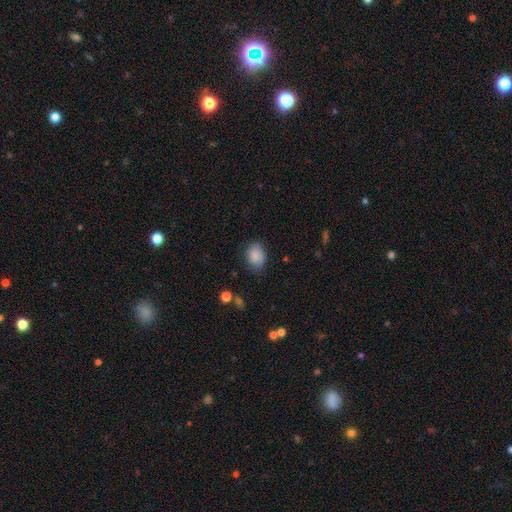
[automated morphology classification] Smooth or featured?
  - smooth: 87% *
  - star or artifact: 8%
  - featured or disk: 6%
How rounded?
  - in between: 62% *
  - round: 37%
  - cigar-shaped: 1%
Merging?
  - none: 73% *
  - minor disturbance: 21%
  - major disturbance: 5%
  - merger: 1%